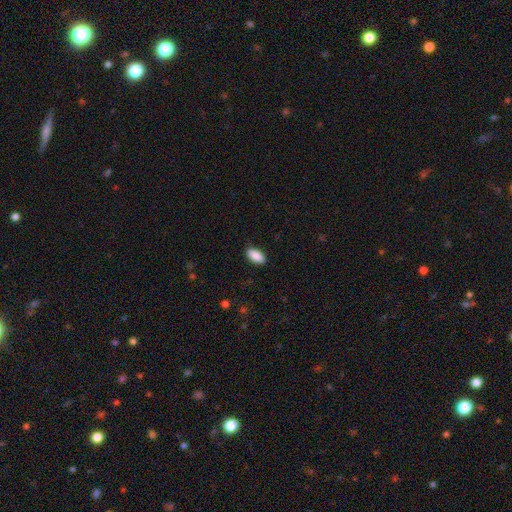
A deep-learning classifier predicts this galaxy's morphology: Smooth or featured: smooth — 90% (star or artifact — 6%)
How rounded: in between — 91% (cigar-shaped — 6%)
Merging: none — 88% (minor disturbance — 9%)